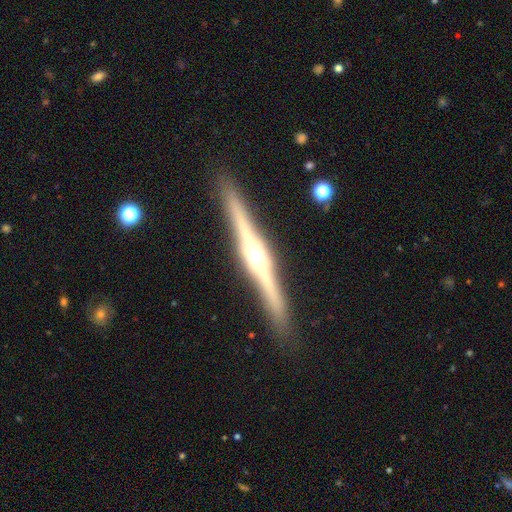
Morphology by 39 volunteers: Smooth or featured?
  - featured or disk: 85% *
  - smooth: 15%
  - star or artifact: 0%
Edge-on disk?
  - yes: 94% *
  - no: 6%
Edge-on bulge?
  - rounded: 61% *
  - boxy: 35%
  - none: 3%
Merging?
  - none: 85% *
  - minor disturbance: 13%
  - major disturbance: 3%
  - merger: 0%